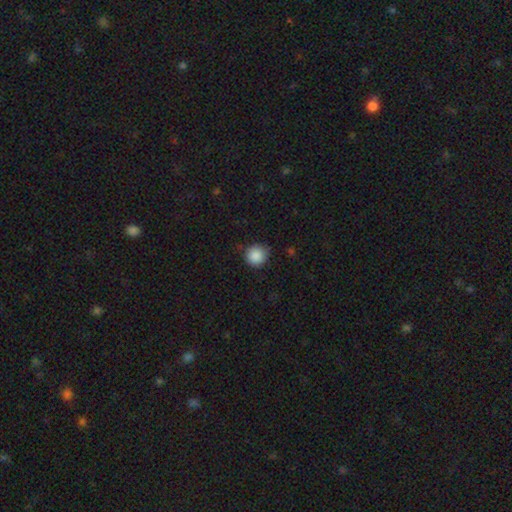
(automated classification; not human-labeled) A smooth galaxy with no disk features (88%) that is round (91%). Merging: none (79%).